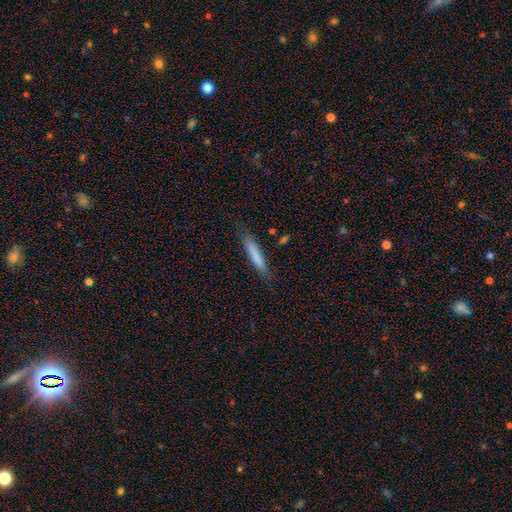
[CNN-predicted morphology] A smooth galaxy with no disk features (78%) that is cigar-shaped (90%).

Vote fractions:
- Smooth or featured? smooth: 78% / featured or disk: 16% / star or artifact: 6%
- How rounded? cigar-shaped: 90% / in between: 9% / round: 1%
- Merging? none: 82% / minor disturbance: 13% / major disturbance: 3% / merger: 2%